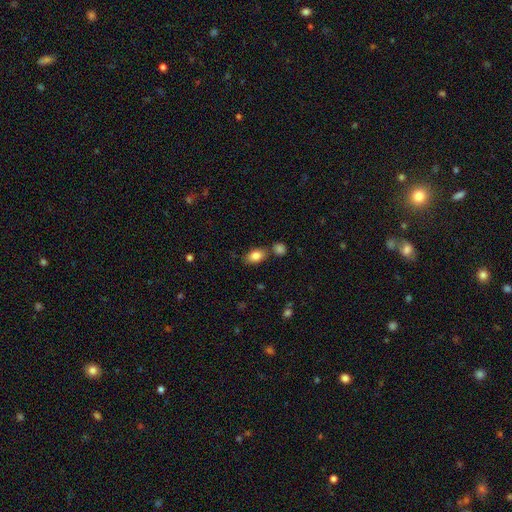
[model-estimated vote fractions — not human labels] Smooth or featured? smooth (83%)
How rounded? in between (88%)
Merging? none (72%)